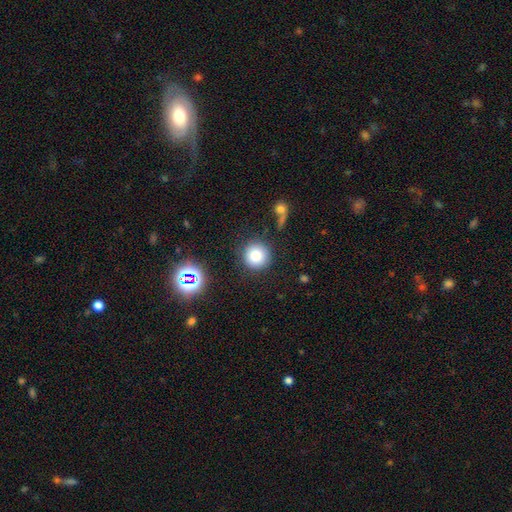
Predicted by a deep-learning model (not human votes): Smooth or featured? smooth (82%)
How rounded? round (94%)
Merging? none (84%)